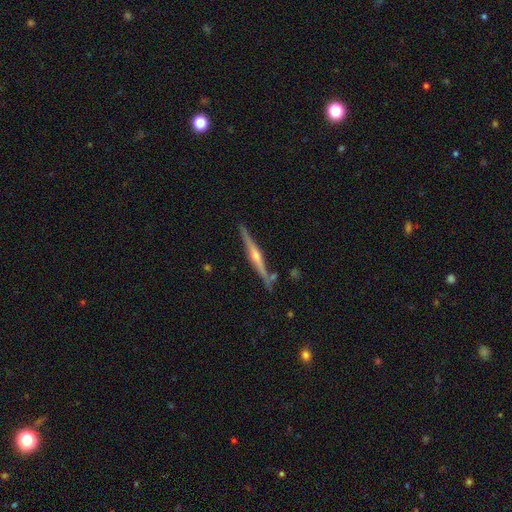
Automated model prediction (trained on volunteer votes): smooth_or_featured: featured or disk (p=0.80) [alt: smooth p=0.14]
disk_edge_on: yes (p=0.98) [alt: no p=0.02]
edge_on_bulge: rounded (p=0.88) [alt: none p=0.08]
merging: none (p=0.85) [alt: minor disturbance p=0.09]